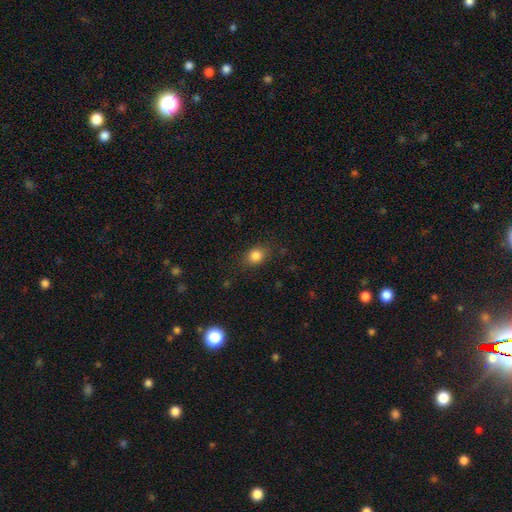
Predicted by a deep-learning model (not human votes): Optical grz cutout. It shows a smooth galaxy with no disk features (84%) that is round (56%). Merging: none (81%).